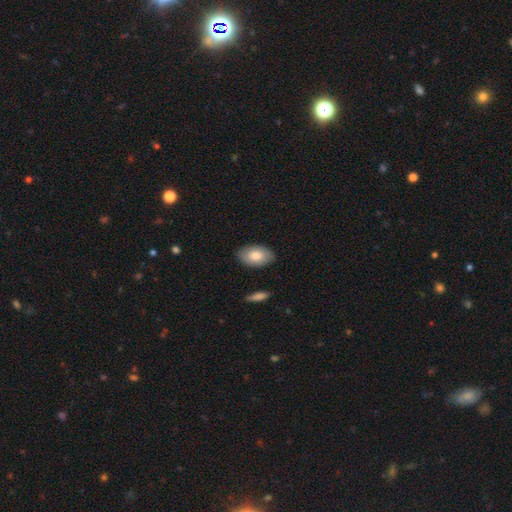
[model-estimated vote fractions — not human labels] Morphology: type=smooth (79%); roundness=in between (93%); merging=none (86%).